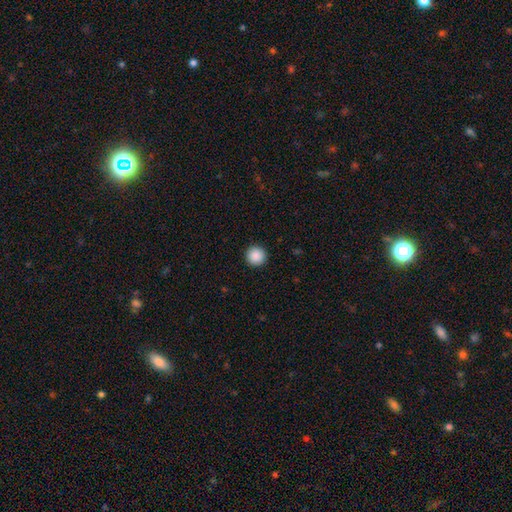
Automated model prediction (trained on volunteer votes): This appears to be a smooth galaxy with no disk features (89%) that is round (96%). Merging: none (93%).